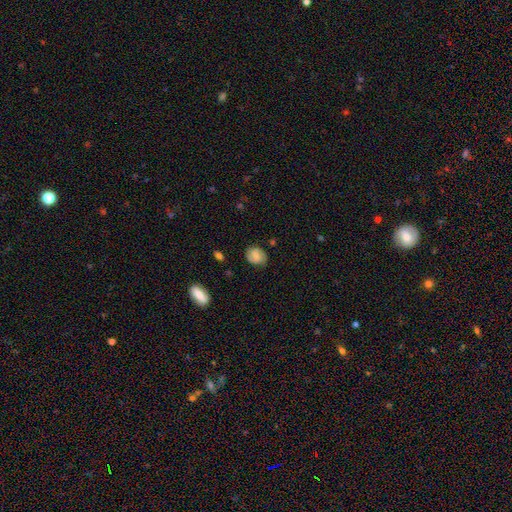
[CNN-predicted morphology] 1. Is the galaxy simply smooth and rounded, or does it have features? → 61% smooth, 30% featured or disk, 9% star or artifact.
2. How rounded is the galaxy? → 56% round, 43% in between, 1% cigar-shaped.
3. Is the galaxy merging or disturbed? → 77% none, 17% minor disturbance, 4% major disturbance, 2% merger.